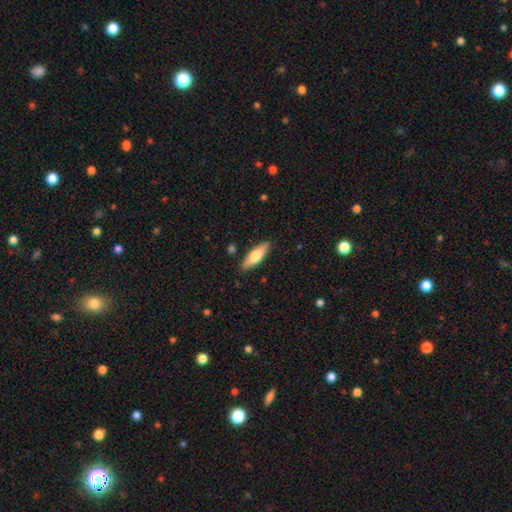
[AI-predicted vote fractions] Q: Smooth or featured?
A: smooth (66%); runner-up: featured or disk (28%)
Q: How rounded?
A: in between (52%); runner-up: cigar-shaped (46%)
Q: Merging?
A: none (87%); runner-up: minor disturbance (9%)